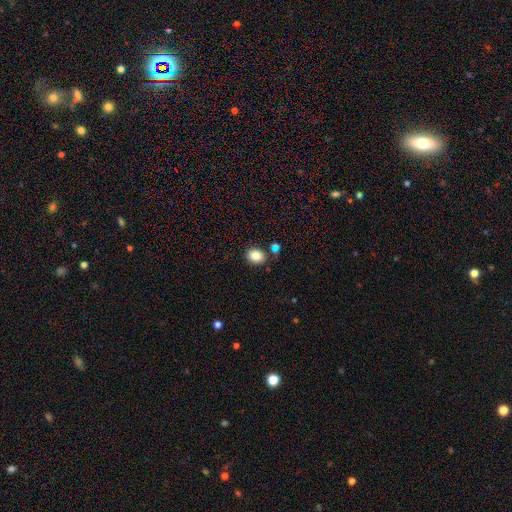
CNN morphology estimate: A smooth galaxy with no disk features (86%) that is in between round and cigar-shaped (53%). Merging: none (76%).